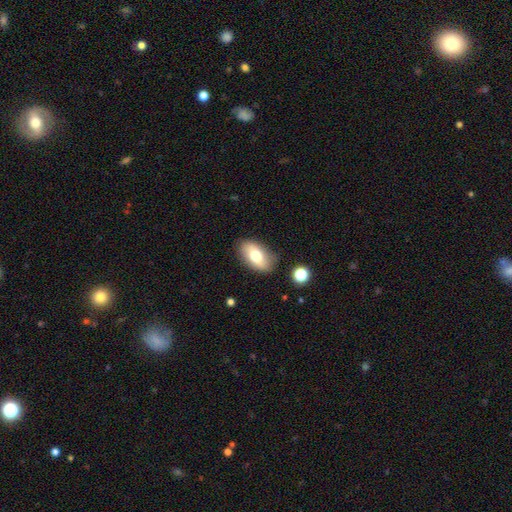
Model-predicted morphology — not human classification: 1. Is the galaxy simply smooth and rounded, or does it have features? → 68% smooth, 24% featured or disk, 8% star or artifact.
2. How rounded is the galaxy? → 91% in between, 6% round, 3% cigar-shaped.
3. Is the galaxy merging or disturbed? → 83% none, 12% minor disturbance, 3% major disturbance, 2% merger.